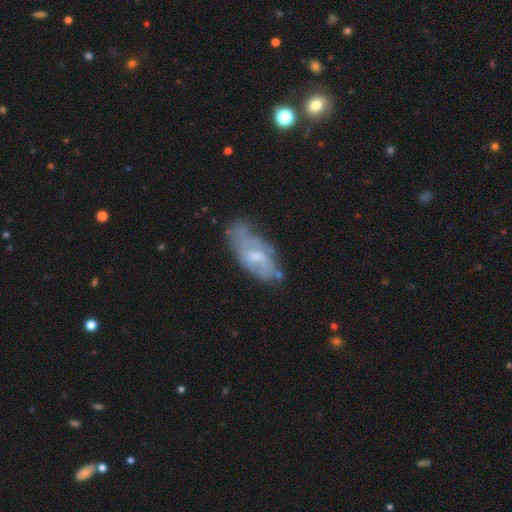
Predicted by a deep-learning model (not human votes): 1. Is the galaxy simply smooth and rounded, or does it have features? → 63% featured or disk, 29% smooth, 8% star or artifact.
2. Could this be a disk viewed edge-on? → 91% no, 9% yes.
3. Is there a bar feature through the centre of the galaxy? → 48% no, 45% weak, 8% strong.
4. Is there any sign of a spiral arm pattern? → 65% yes, 35% no.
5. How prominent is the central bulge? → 48% small, 39% moderate, 9% none, 2% large, 1% dominant.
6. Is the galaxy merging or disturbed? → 51% none, 29% minor disturbance, 15% major disturbance, 5% merger.